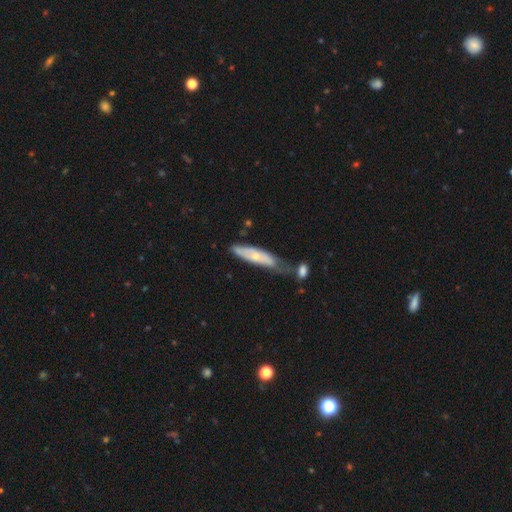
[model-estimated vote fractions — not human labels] Smooth or featured?
  - featured or disk: 52% *
  - smooth: 42%
  - star or artifact: 6%
Edge-on disk?
  - no: 63% *
  - yes: 37%
Merging?
  - none: 36% *
  - minor disturbance: 28%
  - merger: 24%
  - major disturbance: 12%